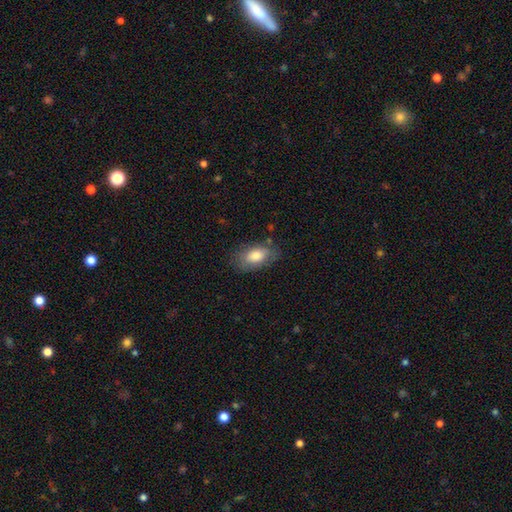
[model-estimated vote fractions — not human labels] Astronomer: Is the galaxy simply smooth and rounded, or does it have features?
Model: smooth — 78%.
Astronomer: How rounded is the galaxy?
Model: in between — 92%.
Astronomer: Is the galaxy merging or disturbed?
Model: none — 74%.